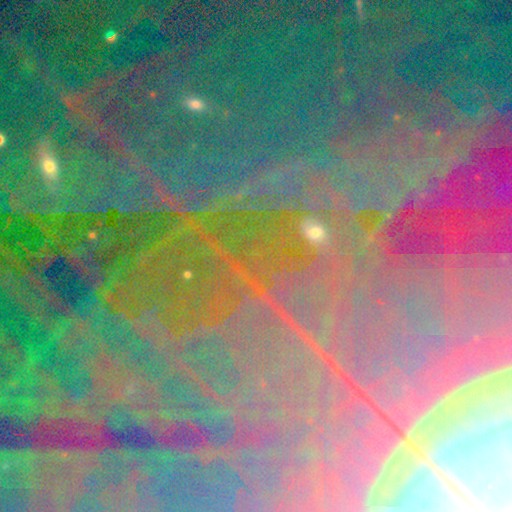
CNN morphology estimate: The model was most divided on "smooth or featured": star or artifact: 88%, featured or disk: 7%, smooth: 5%.